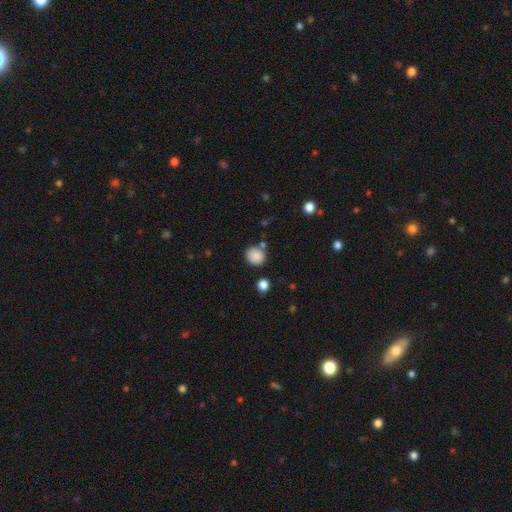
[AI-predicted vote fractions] Morphology: type=smooth (87%); roundness=round (79%); merging=none (75%).